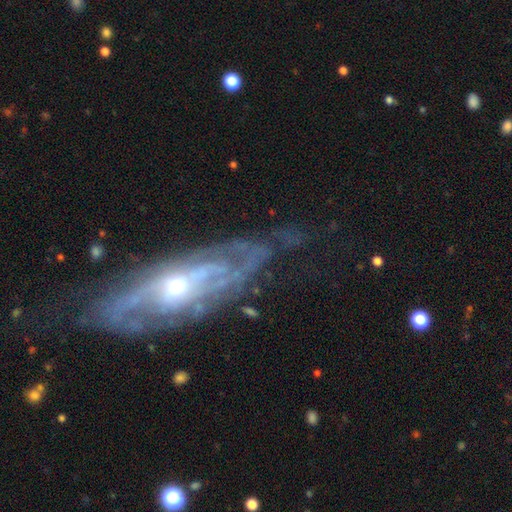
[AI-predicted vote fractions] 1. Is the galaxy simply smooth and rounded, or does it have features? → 87% featured or disk, 7% smooth, 6% star or artifact.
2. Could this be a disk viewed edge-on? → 81% no, 19% yes.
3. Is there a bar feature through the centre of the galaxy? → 61% no, 27% weak, 13% strong.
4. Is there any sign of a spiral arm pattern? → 91% yes, 9% no.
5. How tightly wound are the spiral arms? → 63% tight, 28% medium, 8% loose.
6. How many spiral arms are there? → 42% can't tell, 29% 2, 12% 3, 7% 4, 5% more than 4, 5% 1.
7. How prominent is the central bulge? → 51% moderate, 44% small, 3% large, 1% none, 1% dominant.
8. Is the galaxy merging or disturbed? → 69% none, 20% minor disturbance, 9% major disturbance, 2% merger.